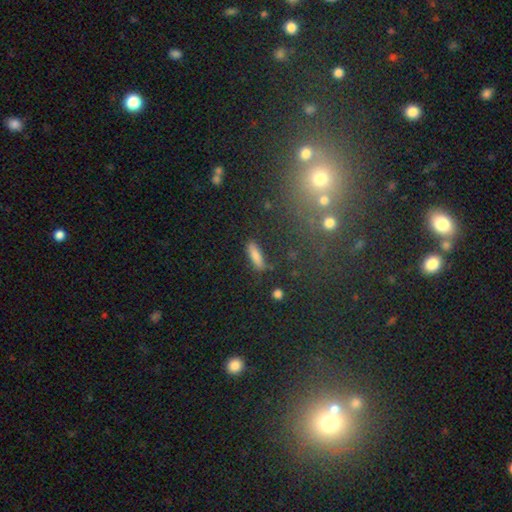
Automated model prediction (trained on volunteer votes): Morphology: type=smooth (68%); roundness=cigar-shaped (66%); merging=none (84%).